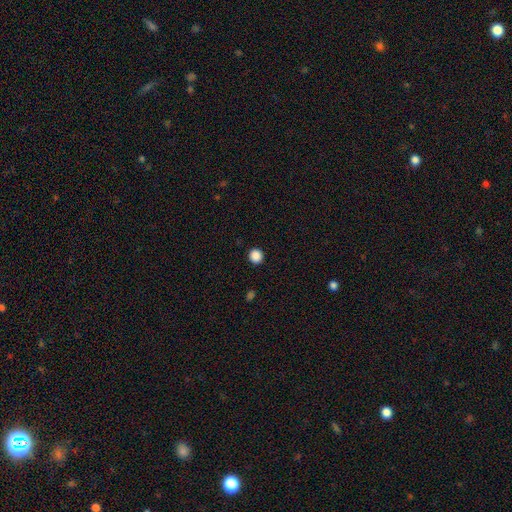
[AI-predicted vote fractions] Morphology: type=smooth (88%); roundness=round (94%); merging=none (93%).